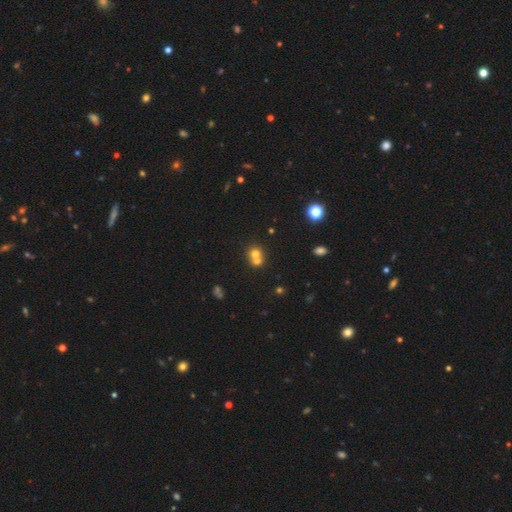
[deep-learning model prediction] A smooth galaxy with no disk features (67%) that is round (81%). Merging: merger (59%).